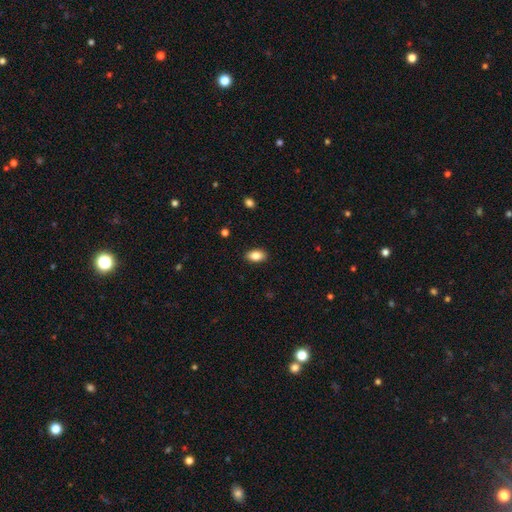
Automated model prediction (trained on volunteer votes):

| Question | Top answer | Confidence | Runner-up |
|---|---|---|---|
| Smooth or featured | smooth | 83% | featured or disk (9%) |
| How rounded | in between | 91% | round (7%) |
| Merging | none | 89% | minor disturbance (8%) |